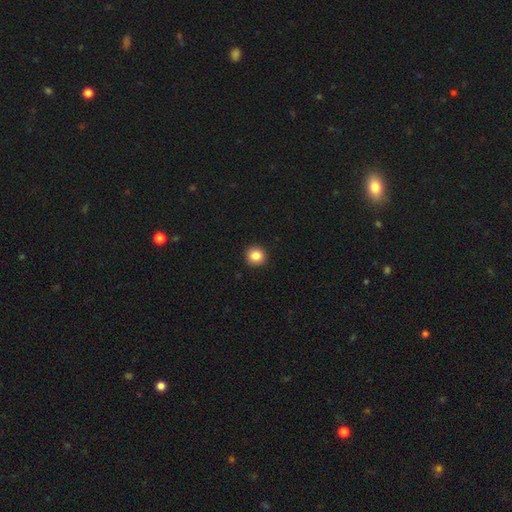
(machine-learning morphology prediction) This is clearly a smooth galaxy (86%). How rounded: clearly round (93%). Merging: clearly none (93%).